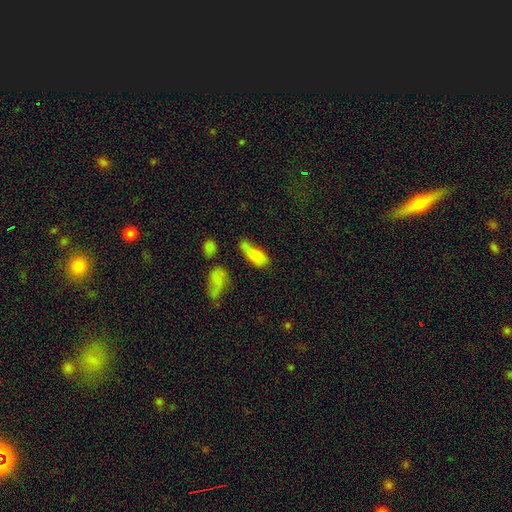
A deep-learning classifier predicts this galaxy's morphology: Overall: smooth (76%). How rounded: in between (78%). Merging: none (32%; minor disturbance 29%).